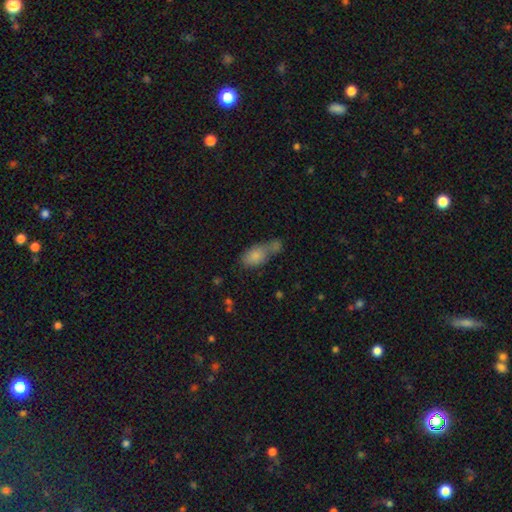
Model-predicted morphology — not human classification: Smooth or featured: smooth — 80% (featured or disk — 12%)
How rounded: in between — 86% (round — 9%)
Merging: merger — 44% (none — 26%)